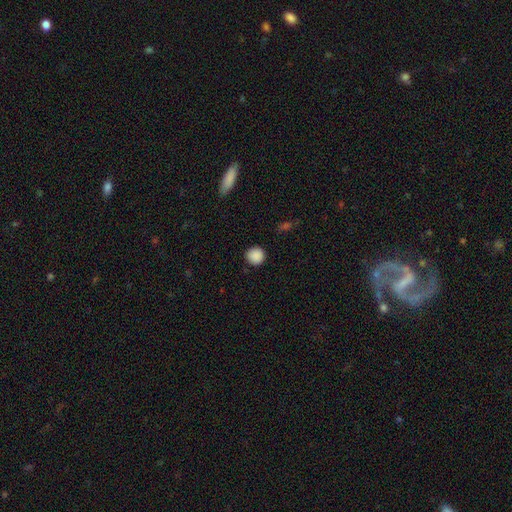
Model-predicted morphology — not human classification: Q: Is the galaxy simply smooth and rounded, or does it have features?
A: smooth — 89%.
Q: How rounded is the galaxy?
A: round — 93%.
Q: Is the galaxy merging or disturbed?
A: none — 90%.